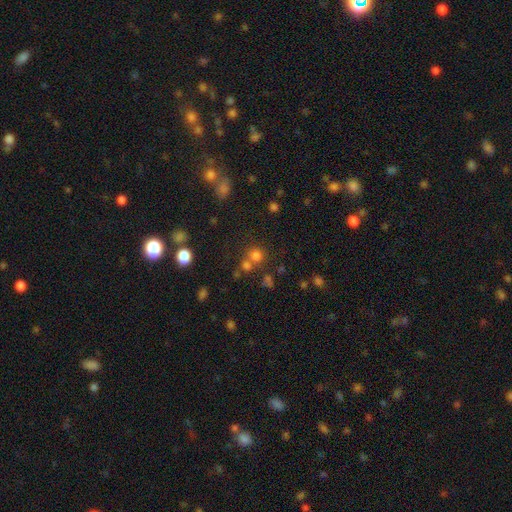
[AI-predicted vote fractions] Smooth or featured: smooth — 70% (star or artifact — 21%)
How rounded: round — 89% (in between — 10%)
Merging: none — 61% (merger — 28%)